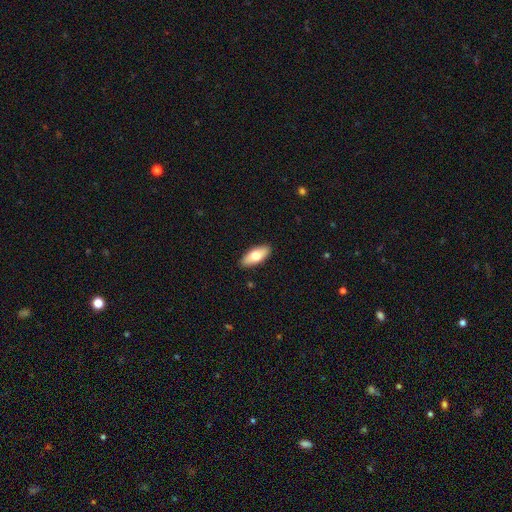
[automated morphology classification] type=smooth (72%); roundness=in between (82%); merging=none (90%).